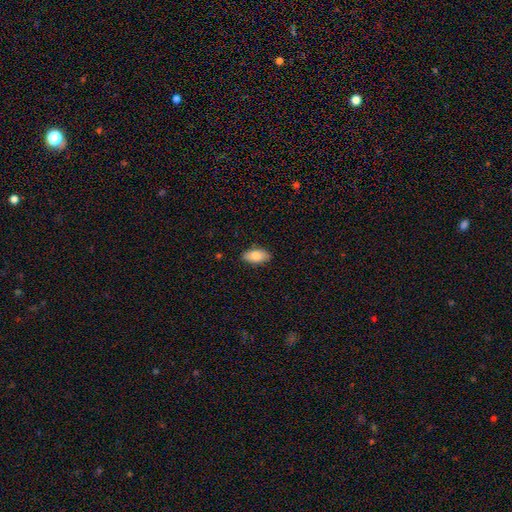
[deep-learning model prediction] This appears to be a smooth galaxy with no disk features (84%) that is in between round and cigar-shaped (92%). Merging: none (86%).